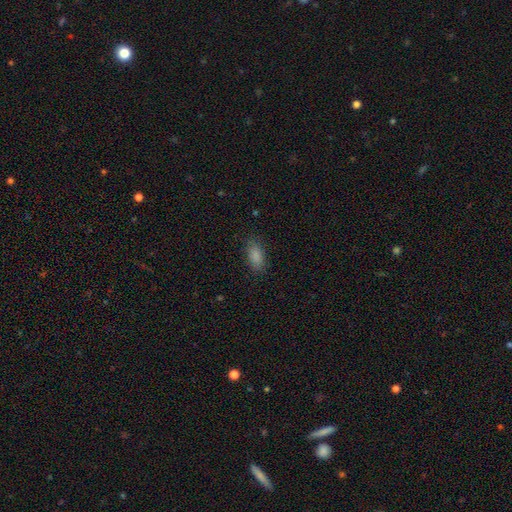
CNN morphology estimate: This appears to be a smooth galaxy with no disk features (87%) that is in between round and cigar-shaped (90%). Merging: none (84%).